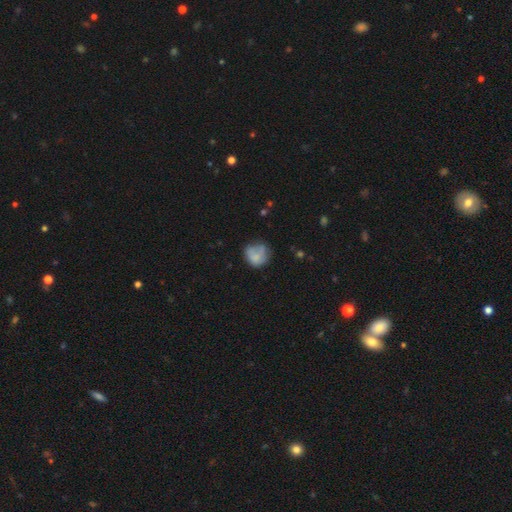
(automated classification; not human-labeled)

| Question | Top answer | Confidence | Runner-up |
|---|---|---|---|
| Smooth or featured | smooth | 69% | featured or disk (22%) |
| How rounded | round | 75% | in between (24%) |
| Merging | none | 46% | minor disturbance (29%) |